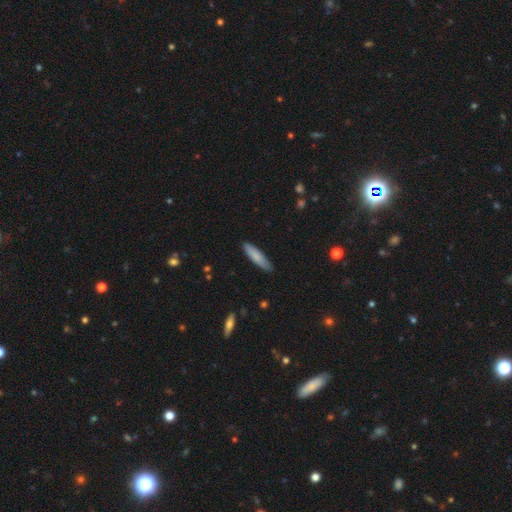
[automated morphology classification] Smooth or featured? smooth (82%)
How rounded? cigar-shaped (76%)
Merging? none (86%)